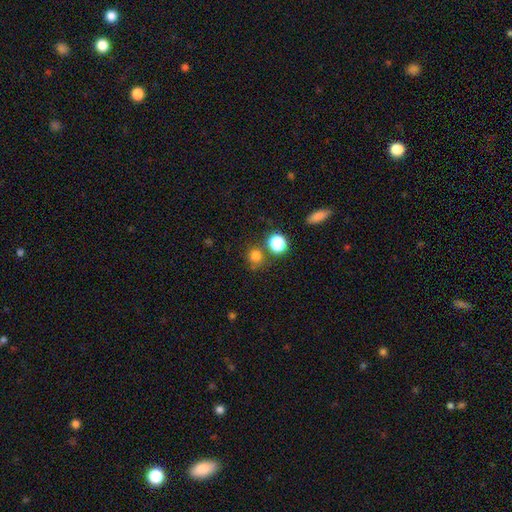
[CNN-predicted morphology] type=smooth (76%); roundness=round (86%); merging=none (68%).